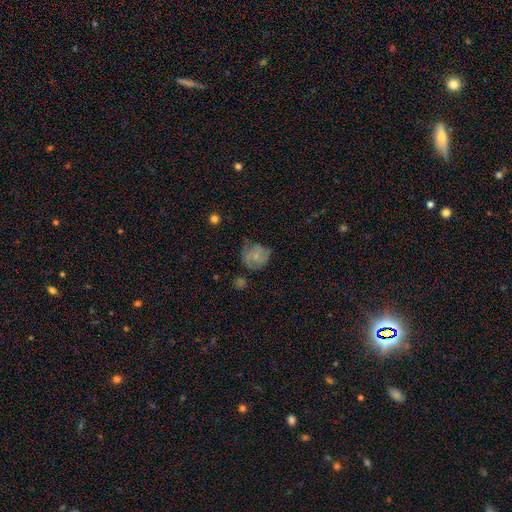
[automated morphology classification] This appears to be a smooth galaxy with no disk features (55%) that is round (78%). Merging: none (51%).